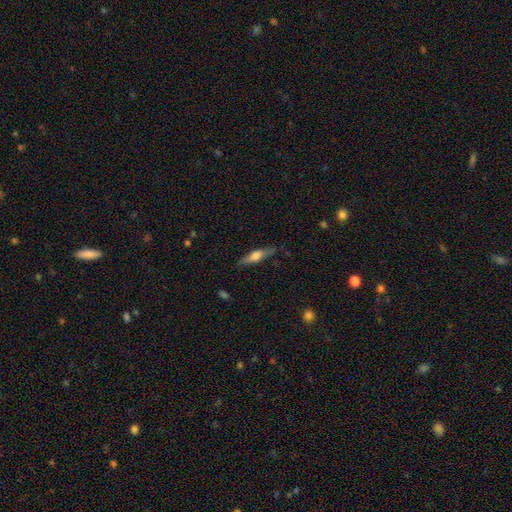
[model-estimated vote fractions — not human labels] Overall: featured or disk (48%; smooth 45%). Merging: none (84%).